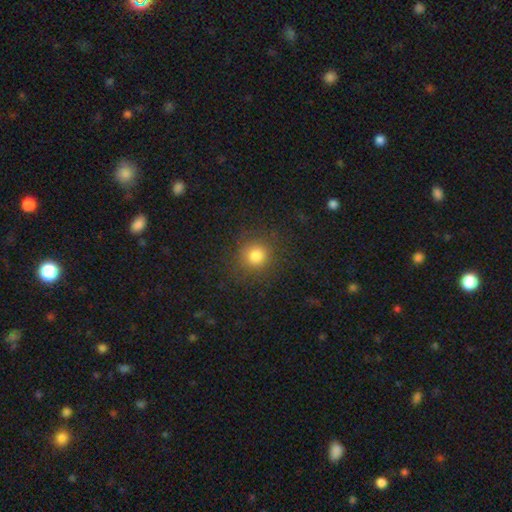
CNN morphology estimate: Smooth or featured? smooth (80%)
How rounded? round (92%)
Merging? none (86%)